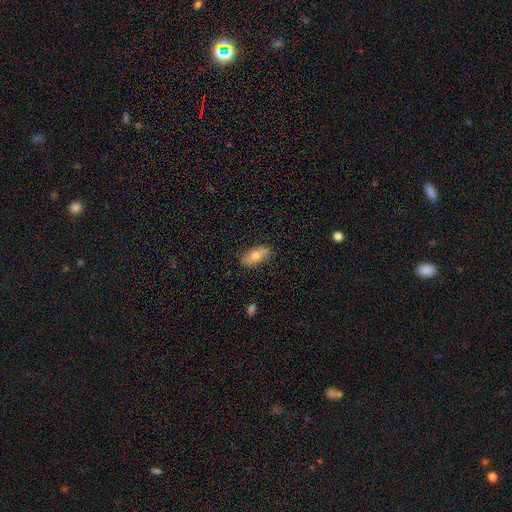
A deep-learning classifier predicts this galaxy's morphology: Smooth or featured? smooth (63%)
How rounded? in between (84%)
Merging? none (83%)